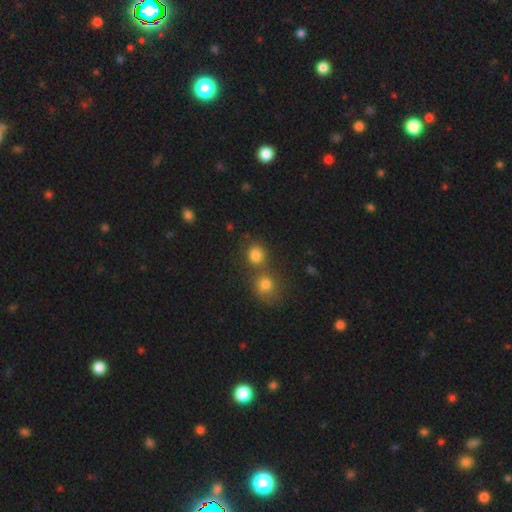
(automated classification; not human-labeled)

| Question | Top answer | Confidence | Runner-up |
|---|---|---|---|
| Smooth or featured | smooth | 80% | star or artifact (13%) |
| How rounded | round | 72% | in between (27%) |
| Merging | none | 49% | merger (38%) |